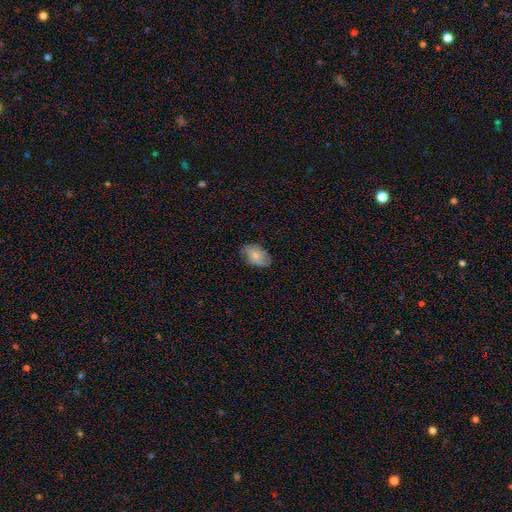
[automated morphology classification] Smooth or featured: smooth — 70% (featured or disk — 23%)
How rounded: in between — 90% (round — 8%)
Merging: none — 74% (minor disturbance — 20%)